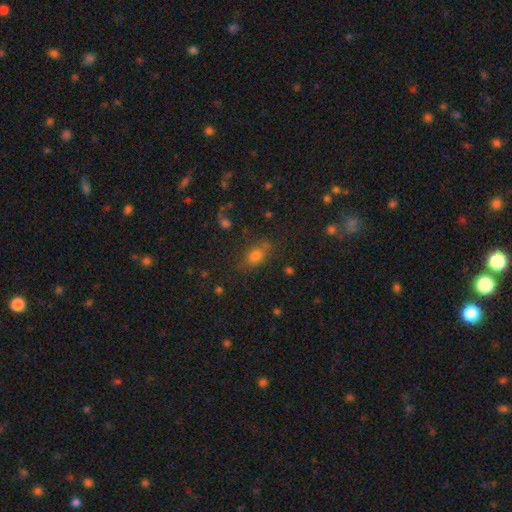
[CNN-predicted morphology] type=smooth (73%); roundness=in between (66%); merging=none (71%).